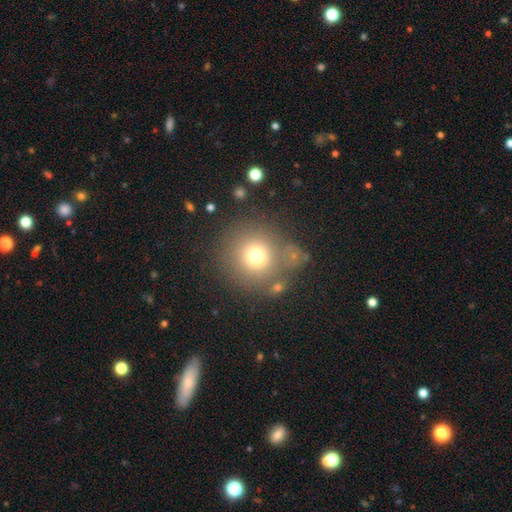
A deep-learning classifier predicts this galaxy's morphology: Smooth or featured? smooth (72%)
How rounded? round (93%)
Merging? none (72%)